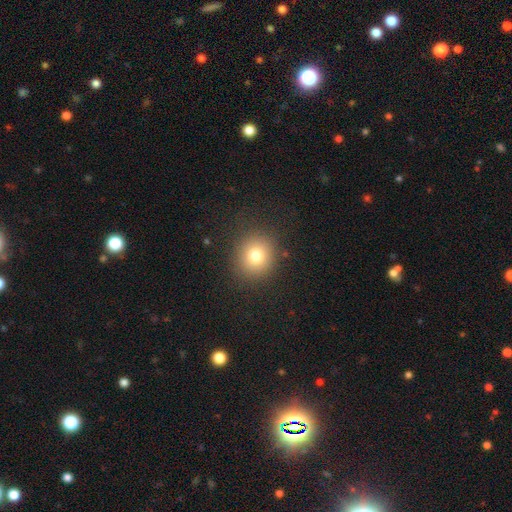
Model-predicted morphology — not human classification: A smooth galaxy with no disk features (77%) that is round (85%).

Vote fractions:
- Smooth or featured? smooth: 77% / star or artifact: 13% / featured or disk: 9%
- How rounded? round: 85% / in between: 14% / cigar-shaped: 1%
- Merging? none: 88% / minor disturbance: 8% / major disturbance: 4% / merger: 1%